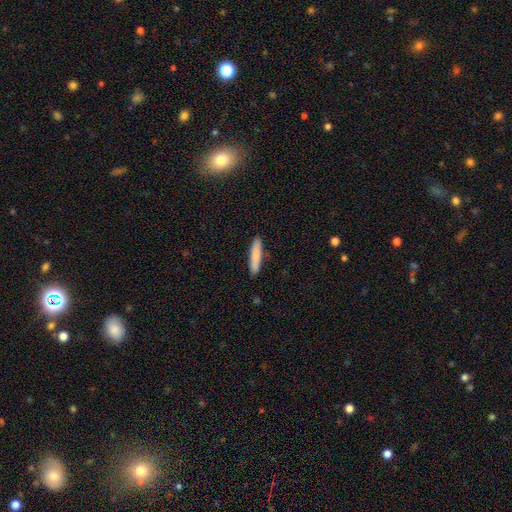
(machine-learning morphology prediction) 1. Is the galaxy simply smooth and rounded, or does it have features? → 81% smooth, 13% featured or disk, 5% star or artifact.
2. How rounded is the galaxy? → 86% cigar-shaped, 13% in between, 1% round.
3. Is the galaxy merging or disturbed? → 89% none, 8% minor disturbance, 2% major disturbance, 1% merger.